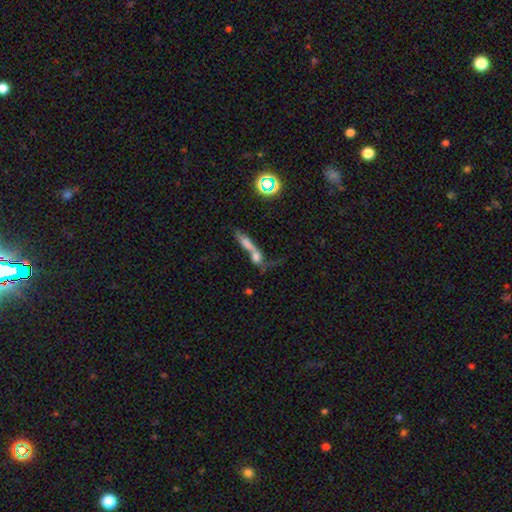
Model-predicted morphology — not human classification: Smooth or featured: smooth — 47% (featured or disk — 34%)
Merging: merger — 65% (none — 18%)